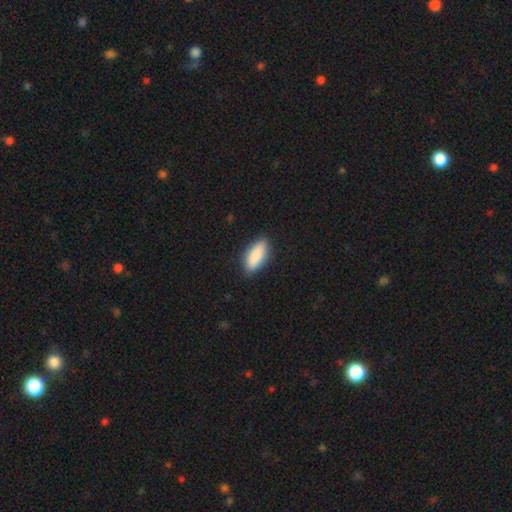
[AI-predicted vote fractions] The model was most divided on "how rounded": in between: 72%, cigar-shaped: 26%, round: 2%. More confident: smooth or featured — smooth (86%); merging — none (85%).